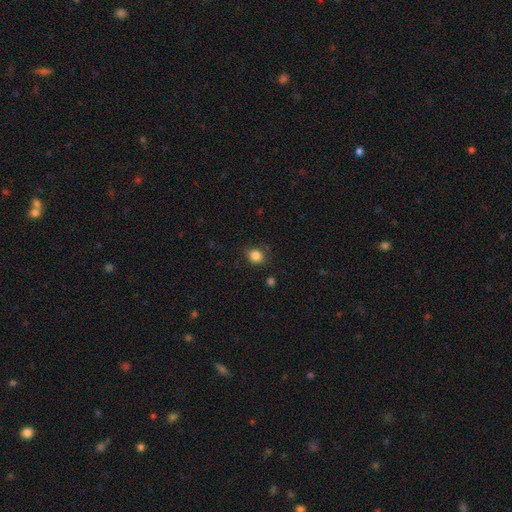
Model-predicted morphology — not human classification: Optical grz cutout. It shows a smooth galaxy with no disk features (84%) that is round (74%). Merging: none (78%).